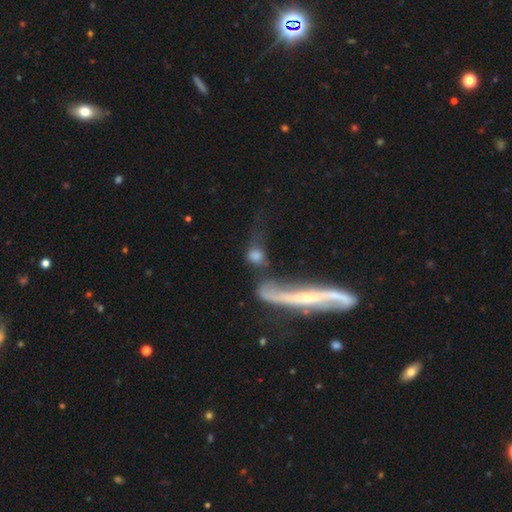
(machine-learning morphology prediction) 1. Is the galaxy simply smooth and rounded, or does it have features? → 56% smooth, 32% featured or disk, 12% star or artifact.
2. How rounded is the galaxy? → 42% round, 35% in between, 23% cigar-shaped.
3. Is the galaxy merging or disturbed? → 33% none, 31% merger, 20% major disturbance, 16% minor disturbance.